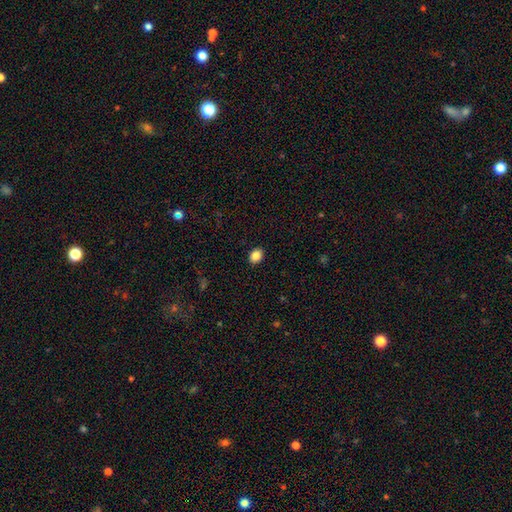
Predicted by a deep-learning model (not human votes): Overall: smooth (87%). How rounded: in between (58%; round 41%). Merging: none (90%).